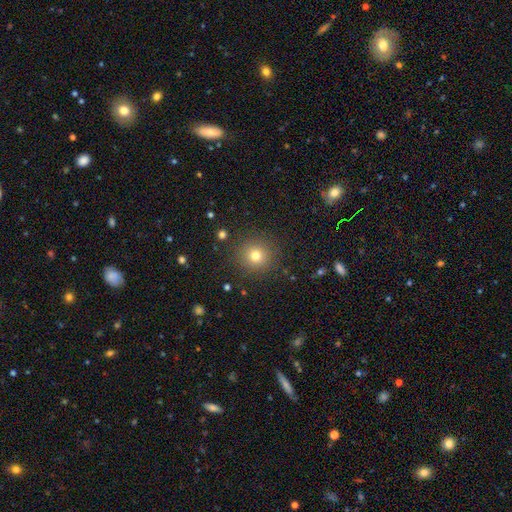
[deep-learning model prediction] Q: Smooth or featured?
A: smooth (77%); runner-up: star or artifact (16%)
Q: How rounded?
A: round (94%); runner-up: in between (5%)
Q: Merging?
A: none (89%); runner-up: minor disturbance (7%)